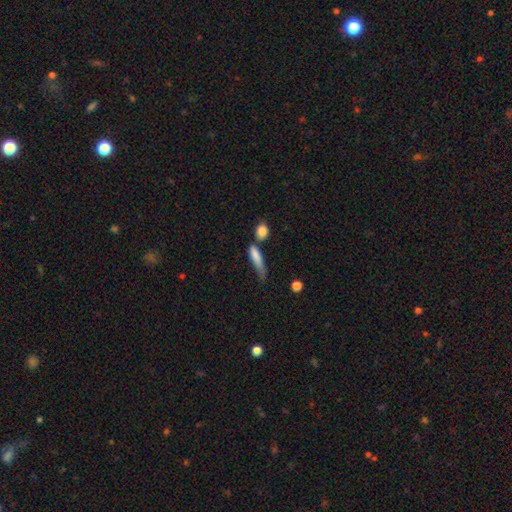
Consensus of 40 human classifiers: A smooth galaxy with no disk features (82%) that is cigar-shaped (82%). Merging: none (38%).